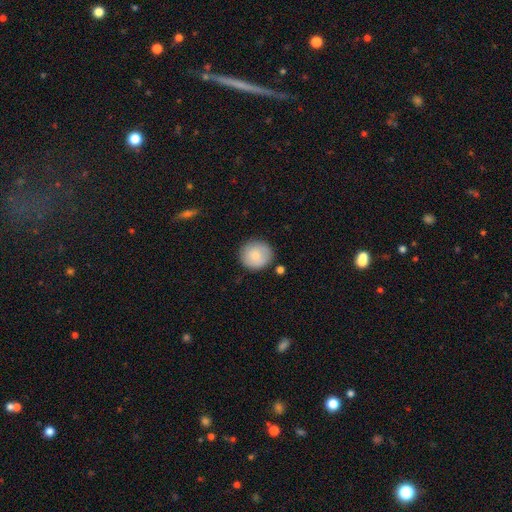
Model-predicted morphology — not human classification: Smooth or featured? Predicted: smooth (p=0.81). How rounded? Predicted: round (p=0.92). Merging? Predicted: none (p=0.83).